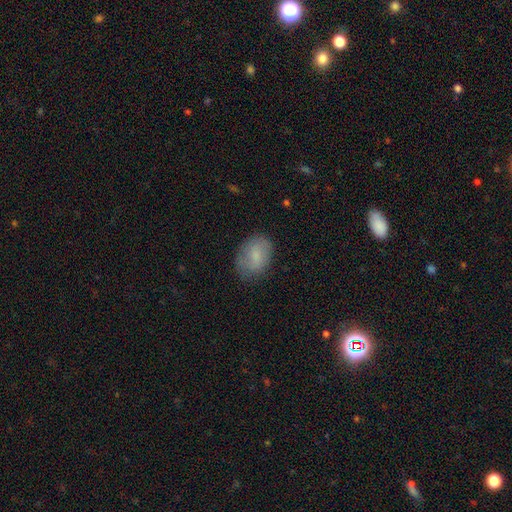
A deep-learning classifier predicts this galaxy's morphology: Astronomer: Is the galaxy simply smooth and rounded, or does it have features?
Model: smooth — 77%.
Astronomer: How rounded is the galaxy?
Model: in between — 82%.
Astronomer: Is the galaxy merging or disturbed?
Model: none — 75%.